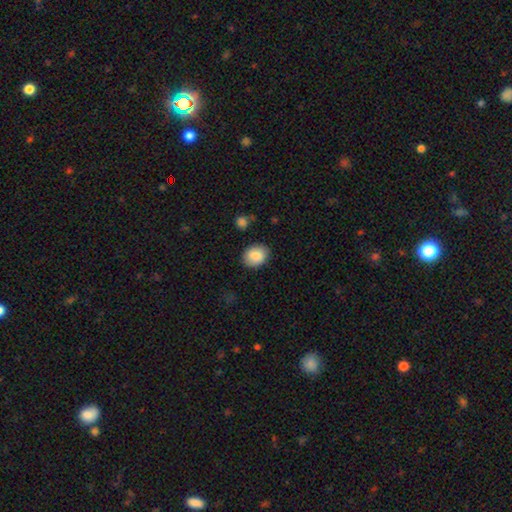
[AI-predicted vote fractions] smooth 84%, featured or disk 8%, star or artifact 7%. Down the decision tree: how rounded — in between (61%); merging — none (84%).